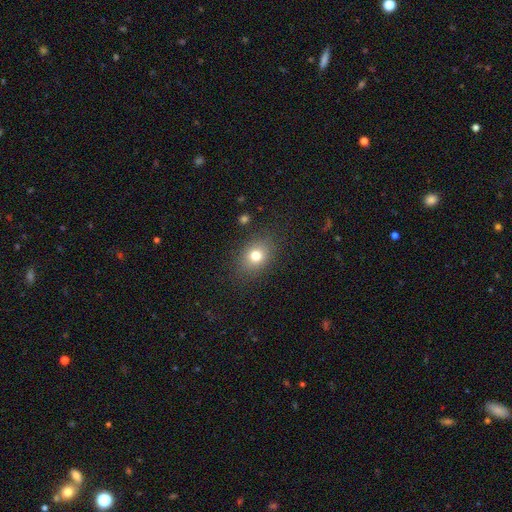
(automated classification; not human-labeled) smooth 76%, star or artifact 13%, featured or disk 11%. Down the decision tree: how rounded — in between (54%); merging — none (84%).